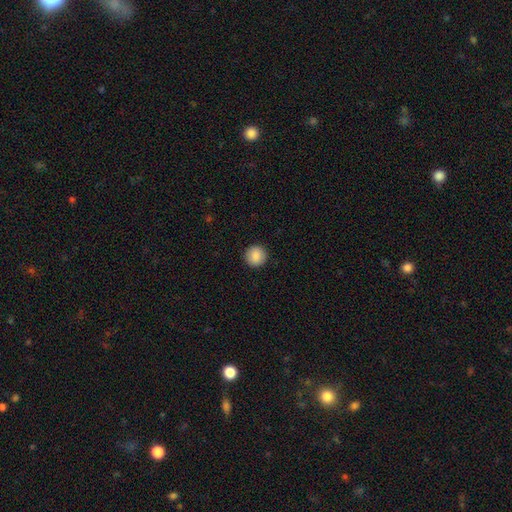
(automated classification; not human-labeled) A smooth galaxy with no disk features (88%) that is round (95%). Merging: none (92%).